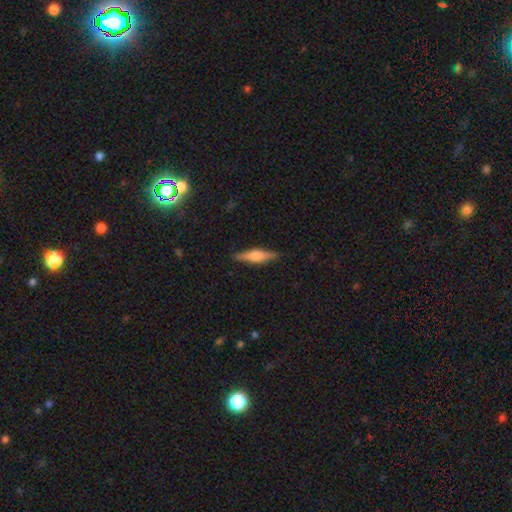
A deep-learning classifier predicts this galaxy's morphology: Q: Smooth or featured?
A: featured or disk (60%); runner-up: smooth (33%)
Q: Edge-on disk?
A: yes (97%); runner-up: no (3%)
Q: Edge-on bulge?
A: rounded (82%); runner-up: boxy (14%)
Q: Merging?
A: none (89%); runner-up: minor disturbance (8%)